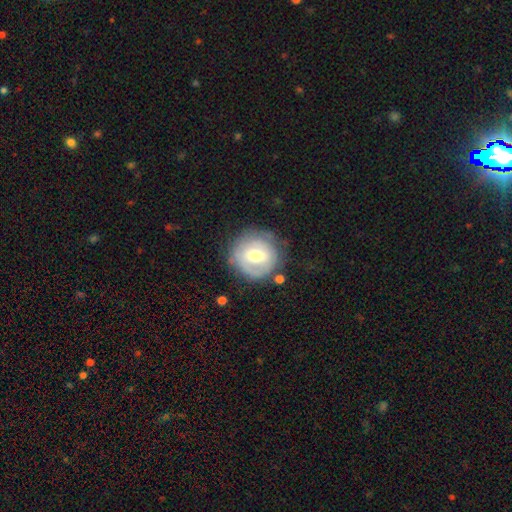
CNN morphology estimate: A featured or disk galaxy (50%).

Vote fractions:
- Smooth or featured? featured or disk: 50% / smooth: 43% / star or artifact: 7%
- Merging? none: 71% / minor disturbance: 18% / major disturbance: 8% / merger: 3%